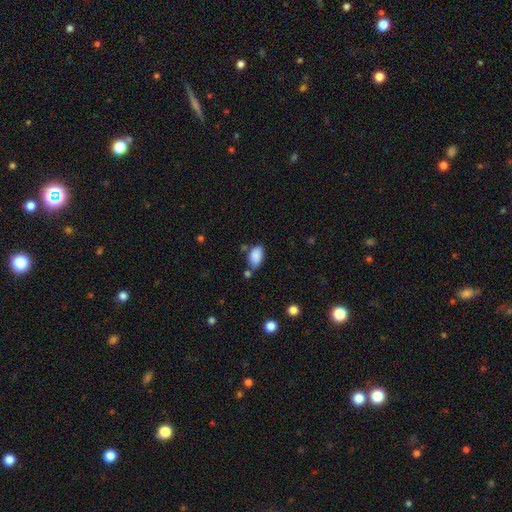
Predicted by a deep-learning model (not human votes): Smooth or featured?
  - smooth: 88% *
  - star or artifact: 7%
  - featured or disk: 5%
How rounded?
  - in between: 94% *
  - round: 4%
  - cigar-shaped: 2%
Merging?
  - none: 64% *
  - minor disturbance: 19%
  - merger: 12%
  - major disturbance: 5%